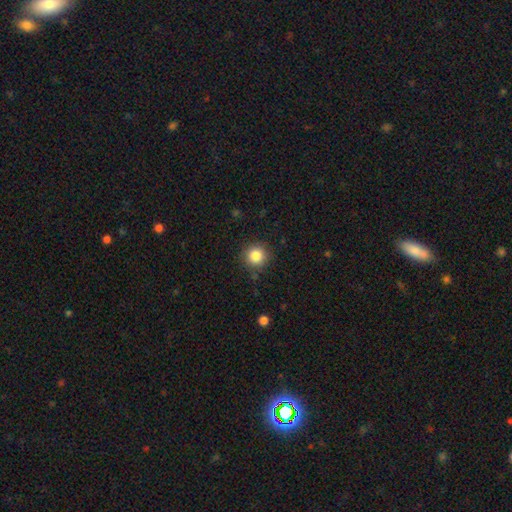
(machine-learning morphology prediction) Overall: smooth (85%). How rounded: round (94%). Merging: none (89%).